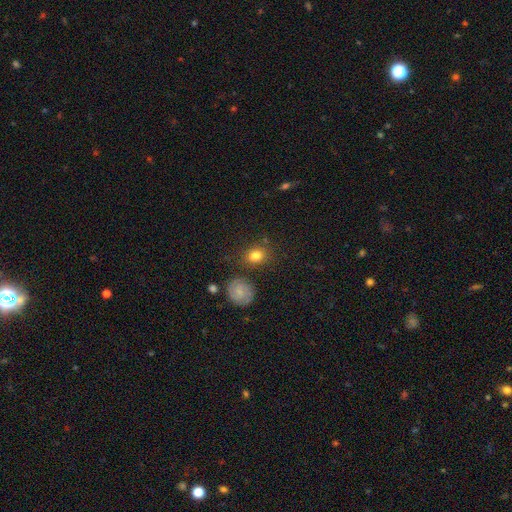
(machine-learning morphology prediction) Q: Smooth or featured?
A: smooth (77%); runner-up: featured or disk (13%)
Q: How rounded?
A: round (56%); runner-up: in between (43%)
Q: Merging?
A: none (78%); runner-up: minor disturbance (13%)